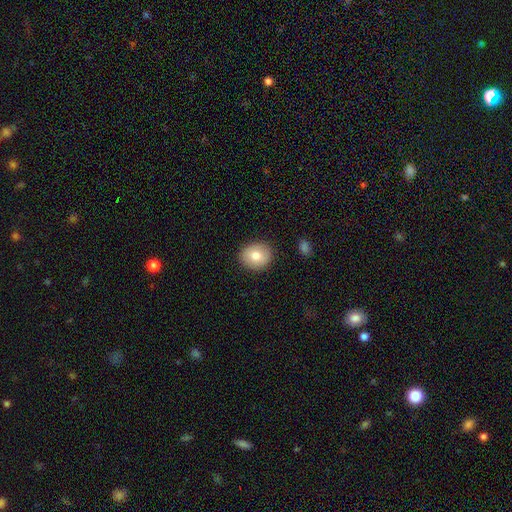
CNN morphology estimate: Q: Smooth or featured?
A: smooth (78%); runner-up: featured or disk (14%)
Q: How rounded?
A: round (69%); runner-up: in between (30%)
Q: Merging?
A: none (88%); runner-up: minor disturbance (9%)